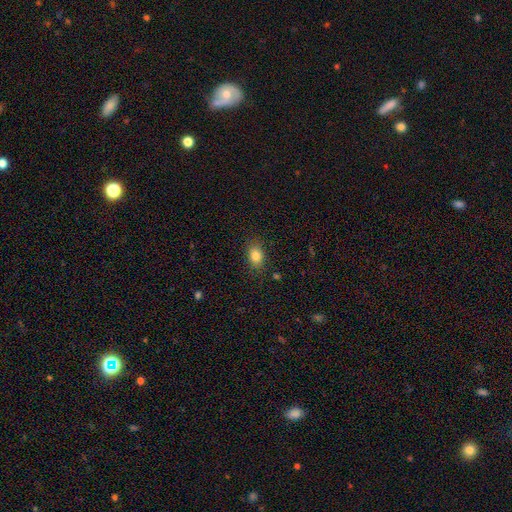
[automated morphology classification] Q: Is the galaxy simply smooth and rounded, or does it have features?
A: smooth — 84%.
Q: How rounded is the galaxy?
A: in between — 79%.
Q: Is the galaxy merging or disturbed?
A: none — 84%.